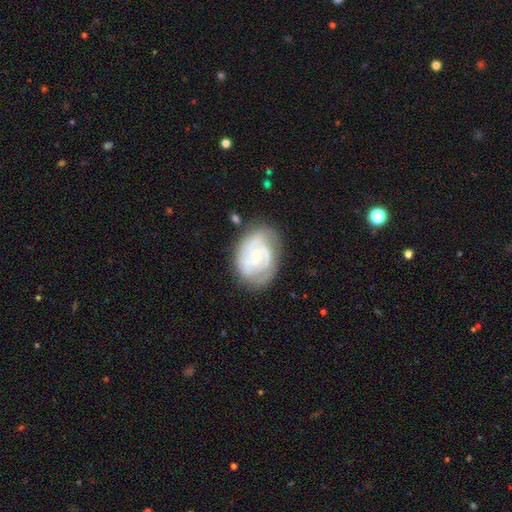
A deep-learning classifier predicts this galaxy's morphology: The model was most divided on "spiral arm count": 2: 37%, can't tell: 25%, 3: 25%, 4: 5%, 1: 5%, more than 4: 3%. More confident: edge-on disk — no (98%); spiral arms — yes (92%); smooth or featured — featured or disk (80%); bulge size — small (73%); merging — none (69%); bar — no (66%); spiral winding — tight (58%).